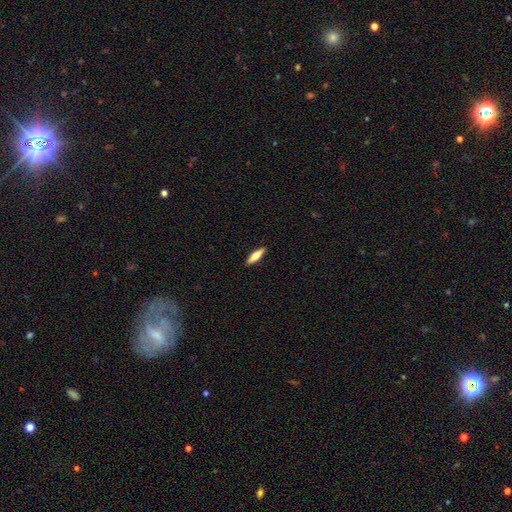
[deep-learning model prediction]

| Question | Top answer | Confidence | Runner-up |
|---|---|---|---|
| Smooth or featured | smooth | 68% | featured or disk (26%) |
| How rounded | cigar-shaped | 66% | in between (32%) |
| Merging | none | 91% | minor disturbance (7%) |